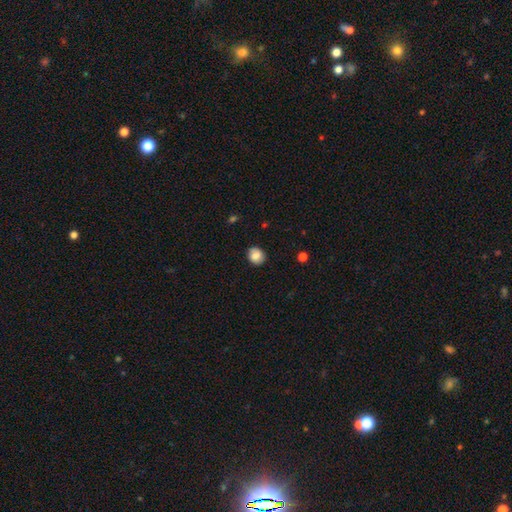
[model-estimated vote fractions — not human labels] This appears to be a smooth galaxy with no disk features (82%) that is round (76%). Merging: none (83%).